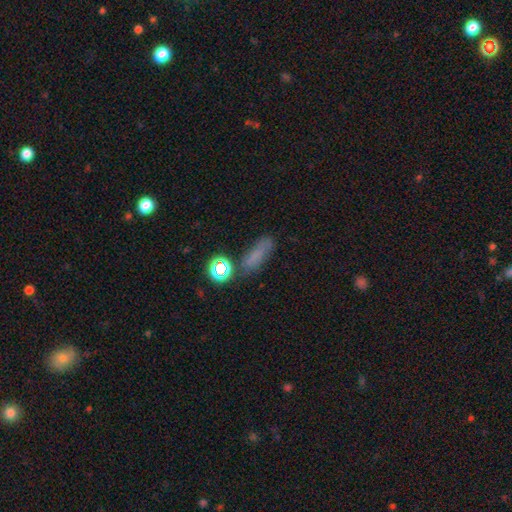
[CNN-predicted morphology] Smooth or featured? Predicted: smooth (p=0.64). How rounded? Predicted: cigar-shaped (p=0.48). Merging? Predicted: none (p=0.64).